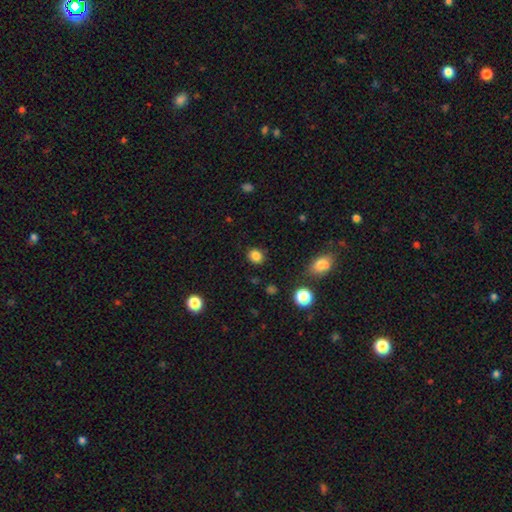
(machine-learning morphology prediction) This is clearly a smooth galaxy (84%). How rounded: likely round (64%). Merging: clearly none (87%).